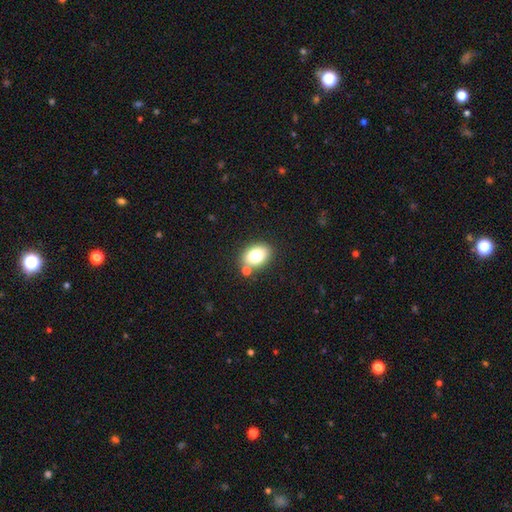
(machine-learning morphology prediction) The model was most divided on "how rounded": in between: 77%, round: 21%, cigar-shaped: 1%. More confident: smooth or featured — smooth (79%); merging — none (76%).